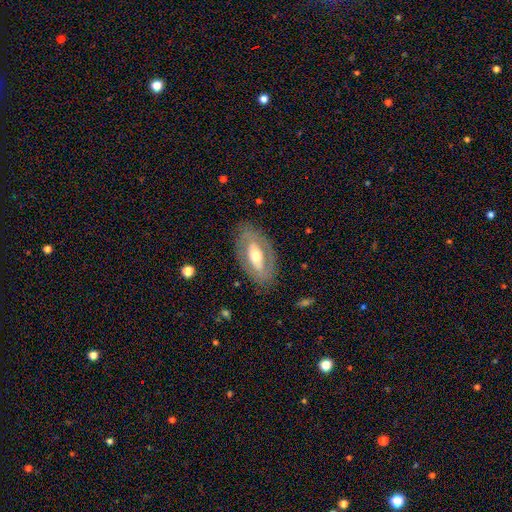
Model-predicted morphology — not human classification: featured or disk 61%, smooth 33%, star or artifact 5%. Down the decision tree: edge-on disk — no (86%); bar — no (58%); spiral arms — no (77%); bulge size — moderate (68%); merging — none (81%).